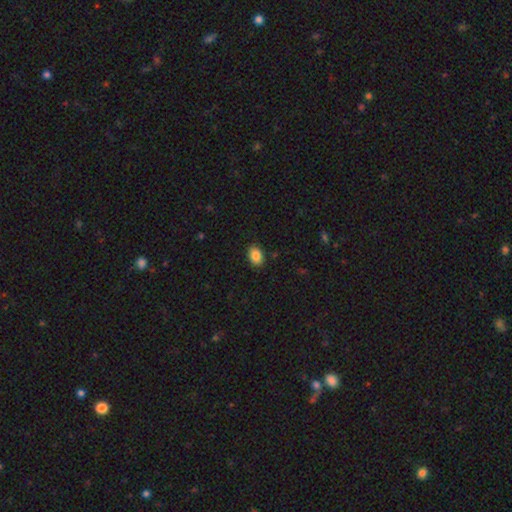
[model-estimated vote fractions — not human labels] Morphology: type=smooth (87%); roundness=in between (81%); merging=none (89%).